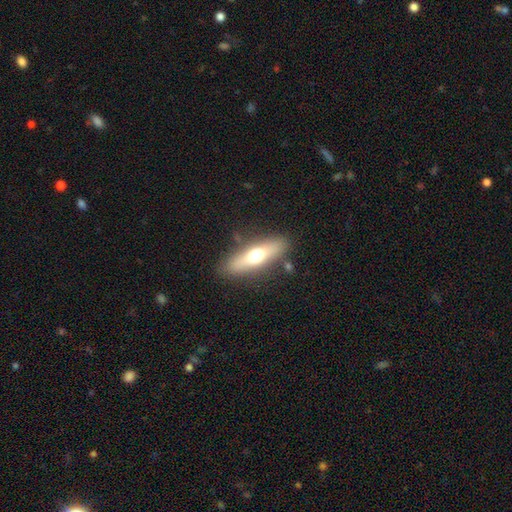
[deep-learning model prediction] smooth 54%, featured or disk 39%, star or artifact 7%. Down the decision tree: how rounded — cigar-shaped (55%); merging — none (84%).